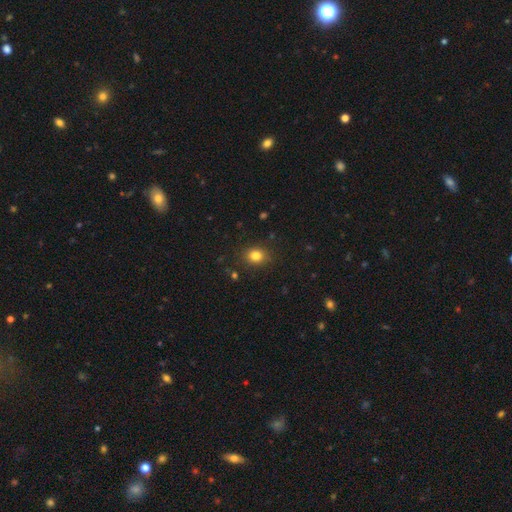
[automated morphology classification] Smooth or featured? smooth (82%)
How rounded? round (62%)
Merging? none (87%)